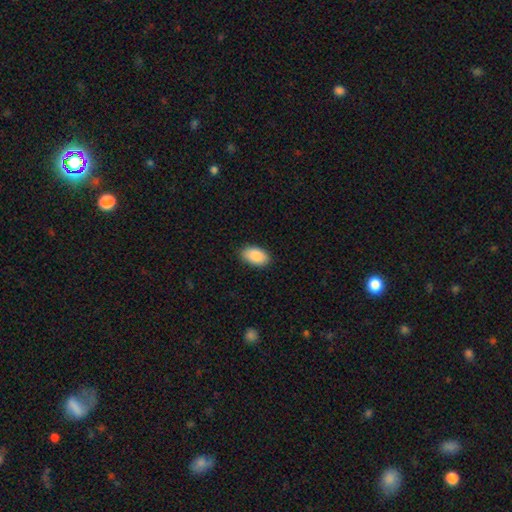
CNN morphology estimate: A smooth galaxy with no disk features (89%) that is in between round and cigar-shaped (94%). Merging: none (87%).